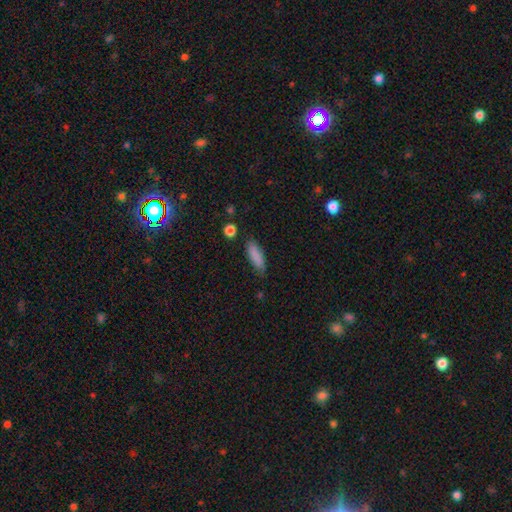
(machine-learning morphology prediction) A smooth galaxy with no disk features (86%) that is in between round and cigar-shaped (54%). Merging: none (76%).